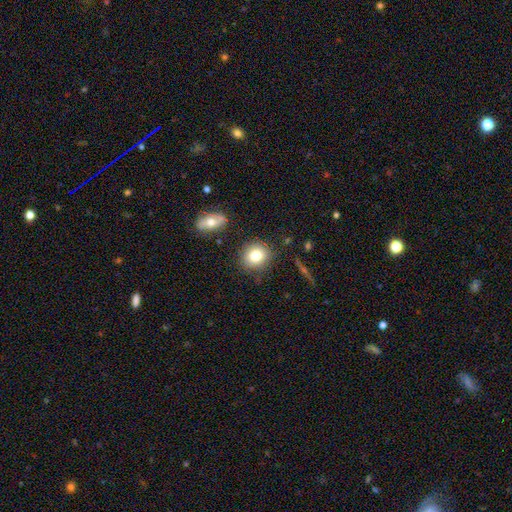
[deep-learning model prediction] Morphology: type=smooth (79%); roundness=round (78%); merging=none (82%).